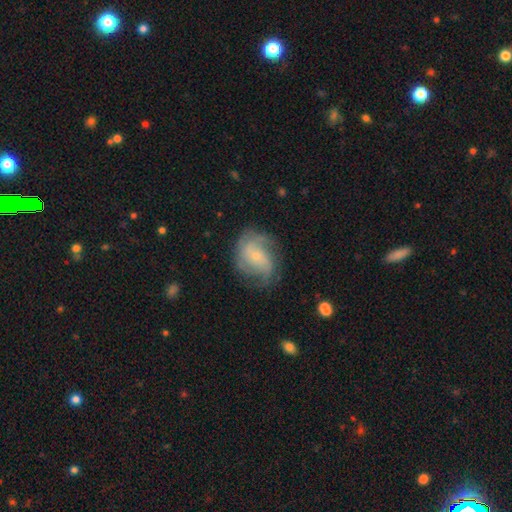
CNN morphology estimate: Smooth or featured?
  - featured or disk: 75% *
  - smooth: 18%
  - star or artifact: 7%
Edge-on disk?
  - no: 98% *
  - yes: 2%
Bar?
  - no: 64% *
  - weak: 29%
  - strong: 7%
Spiral arms?
  - yes: 92% *
  - no: 8%
Spiral winding?
  - medium: 45% *
  - tight: 31%
  - loose: 24%
Spiral arm count?
  - 2: 40% *
  - can't tell: 22%
  - 3: 22%
  - 4: 6%
  - 1: 5%
  - more than 4: 4%
Bulge size?
  - small: 76% *
  - moderate: 18%
  - none: 3%
  - large: 1%
  - dominant: 1%
Merging?
  - none: 64% *
  - minor disturbance: 22%
  - major disturbance: 13%
  - merger: 2%